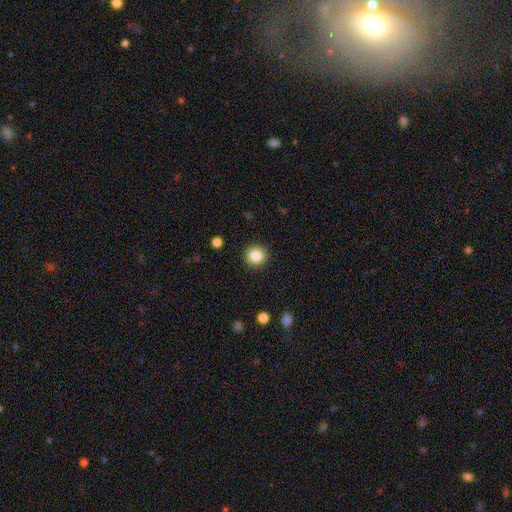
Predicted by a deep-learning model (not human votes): smooth_or_featured: smooth (p=0.85) [alt: star or artifact p=0.10]
how_rounded: round (p=0.92) [alt: in between p=0.07]
merging: none (p=0.91) [alt: minor disturbance p=0.06]